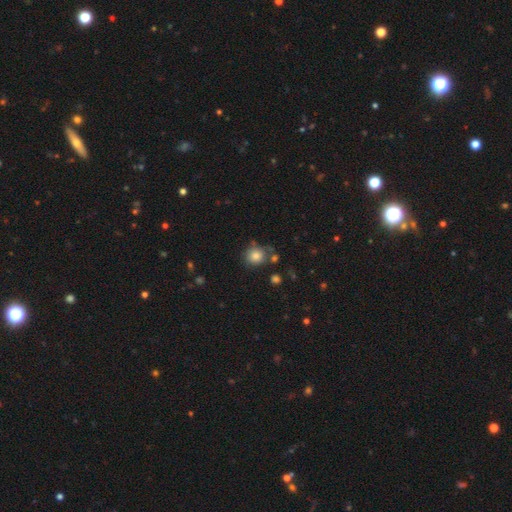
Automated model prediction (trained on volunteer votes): A smooth galaxy with no disk features (83%) that is round (85%).

Vote fractions:
- Smooth or featured? smooth: 83% / star or artifact: 10% / featured or disk: 7%
- How rounded? round: 85% / in between: 14% / cigar-shaped: 1%
- Merging? none: 67% / minor disturbance: 17% / merger: 10% / major disturbance: 6%